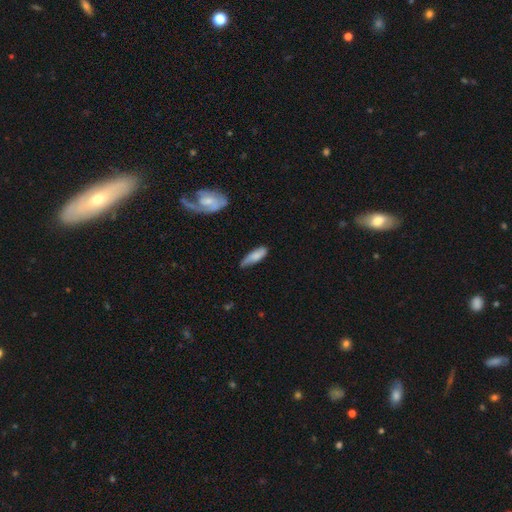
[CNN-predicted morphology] A smooth galaxy with no disk features (76%) that is in between round and cigar-shaped (55%). Merging: none (48%).